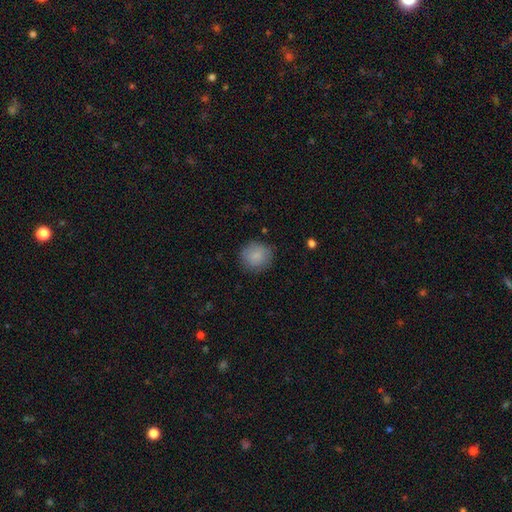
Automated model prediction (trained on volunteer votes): Smooth or featured? Predicted: smooth (p=0.86). How rounded? Predicted: round (p=0.88). Merging? Predicted: none (p=0.82).